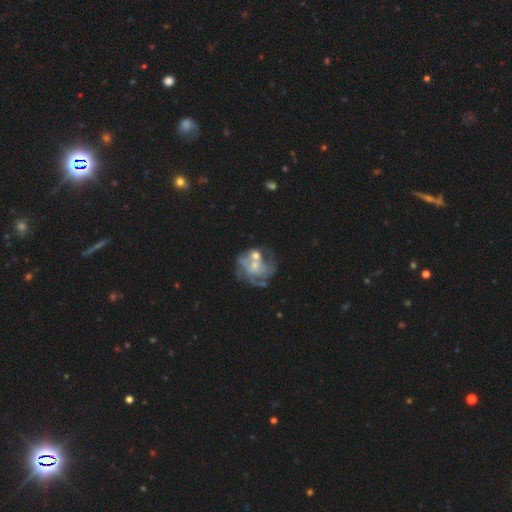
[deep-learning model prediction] featured or disk 74%, smooth 17%, star or artifact 10%. Down the decision tree: edge-on disk — no (98%); bar — no (73%); spiral arms — yes (64%); bulge size — small (56%); merging — none (41%).